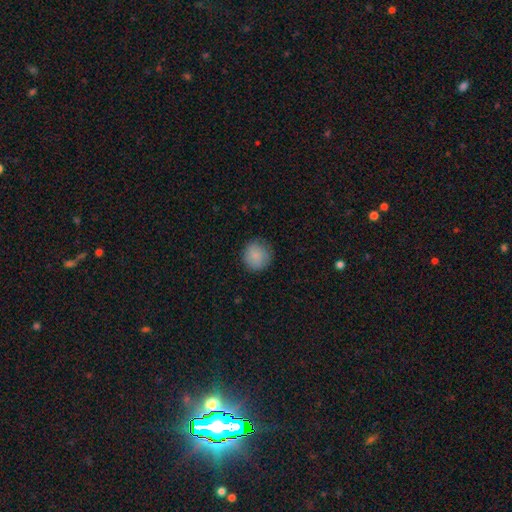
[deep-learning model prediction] Smooth or featured? smooth (87%)
How rounded? round (92%)
Merging? none (86%)